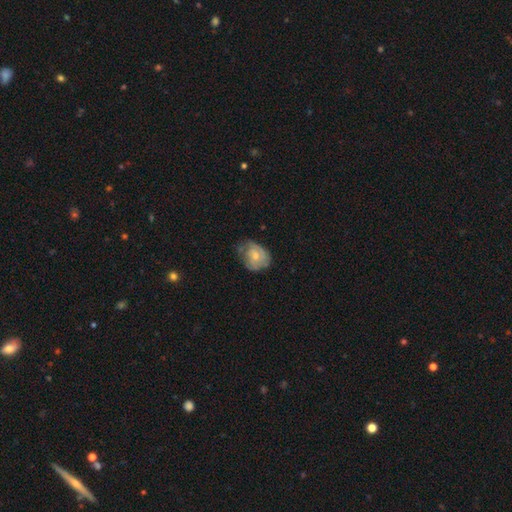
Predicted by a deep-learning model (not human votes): A featured or disk galaxy (56%) with no bar (77%), spiral arms (73%) and a small central bulge (48%). Merging: none (48%).